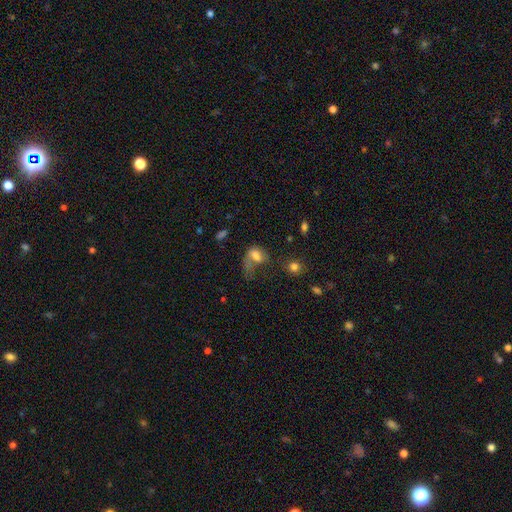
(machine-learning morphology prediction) smooth-or-featured: smooth: 64% | featured or disk: 26% | star or artifact: 10%
  how-rounded: in between: 75% | round: 22% | cigar-shaped: 3%
  merging: major disturbance: 53% | none: 18% | minor disturbance: 16% | merger: 12%